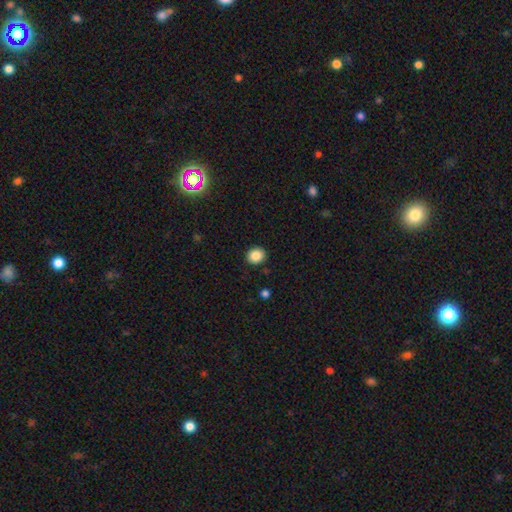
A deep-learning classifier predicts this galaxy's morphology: type=smooth (86%); roundness=round (74%); merging=none (91%).